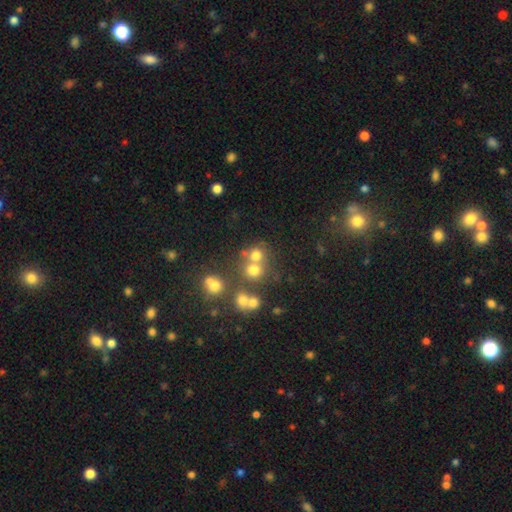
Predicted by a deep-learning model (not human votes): Overall: smooth (68%). How rounded: round (85%). Merging: none (53%; merger 35%).